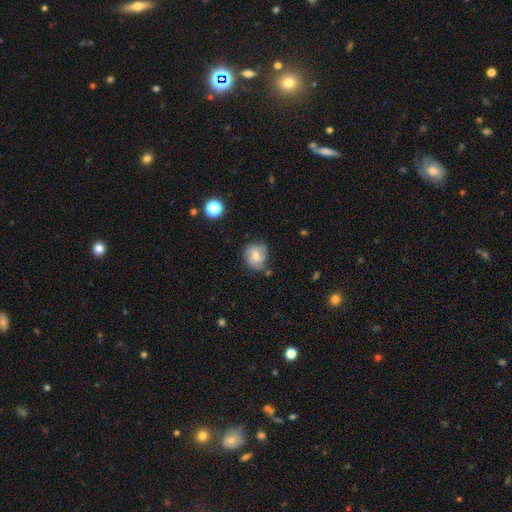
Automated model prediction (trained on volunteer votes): smooth_or_featured: smooth (p=0.64) [alt: featured or disk p=0.26]
how_rounded: round (p=0.77) [alt: in between p=0.22]
merging: none (p=0.65) [alt: minor disturbance p=0.25]